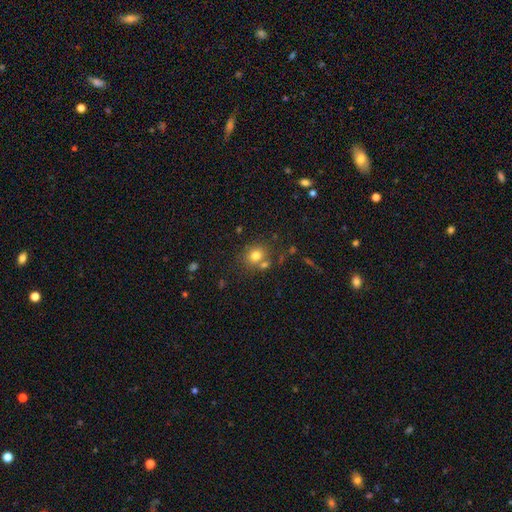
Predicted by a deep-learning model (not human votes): This is likely a smooth galaxy (77%). How rounded: likely round (72%). Merging: likely none (67%).